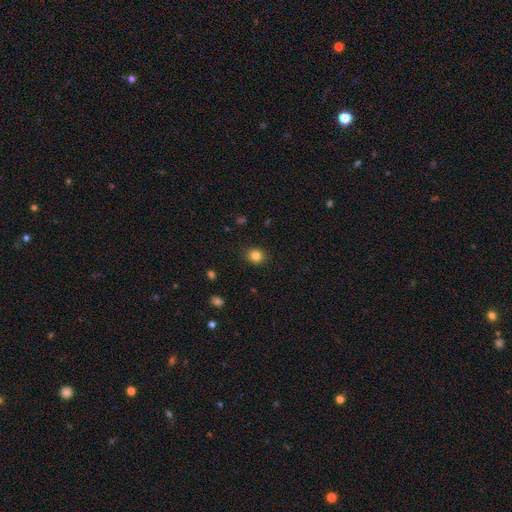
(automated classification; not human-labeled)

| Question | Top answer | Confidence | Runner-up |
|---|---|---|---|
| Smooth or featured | smooth | 83% | star or artifact (12%) |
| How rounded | round | 68% | in between (31%) |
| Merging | none | 88% | minor disturbance (9%) |